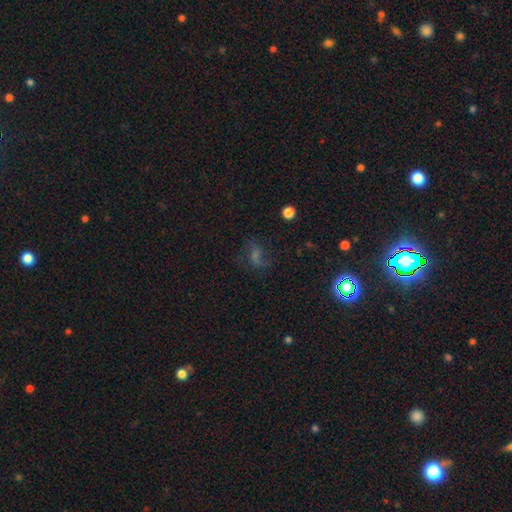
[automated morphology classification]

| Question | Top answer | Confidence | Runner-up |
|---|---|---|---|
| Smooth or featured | star or artifact | 36% | featured or disk (34%) |